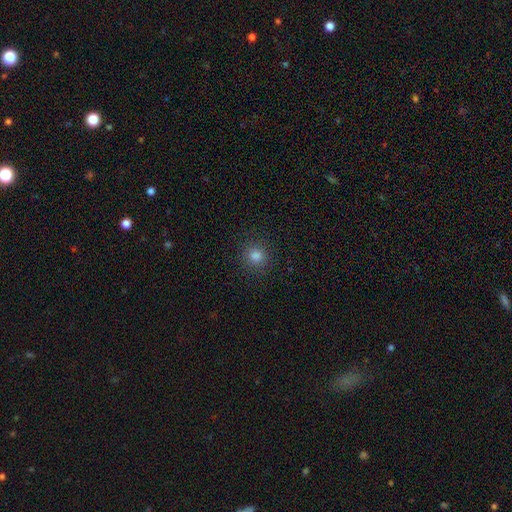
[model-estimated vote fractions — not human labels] Smooth or featured? Predicted: smooth (p=0.81). How rounded? Predicted: round (p=0.93). Merging? Predicted: none (p=0.91).